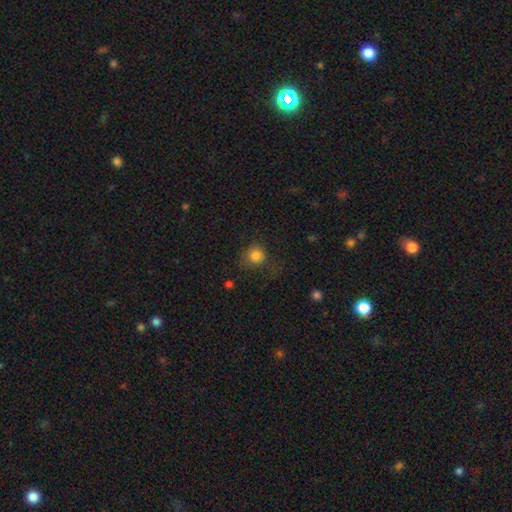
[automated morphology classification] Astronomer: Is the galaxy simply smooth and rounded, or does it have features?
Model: smooth — 83%.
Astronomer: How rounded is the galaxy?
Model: round — 89%.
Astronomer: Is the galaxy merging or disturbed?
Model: none — 64%.